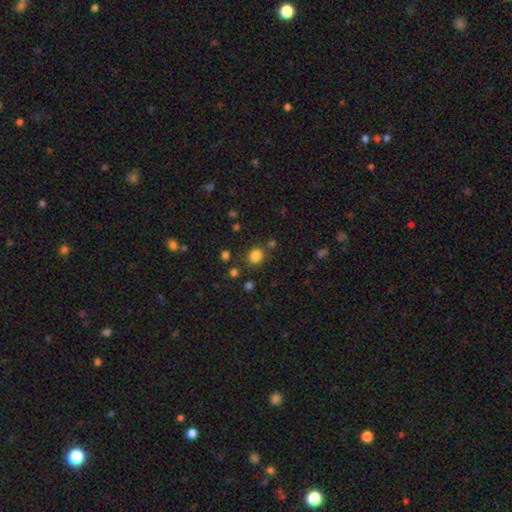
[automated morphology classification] Q: Smooth or featured?
A: smooth (82%); runner-up: star or artifact (13%)
Q: How rounded?
A: round (70%); runner-up: in between (29%)
Q: Merging?
A: none (80%); runner-up: minor disturbance (11%)